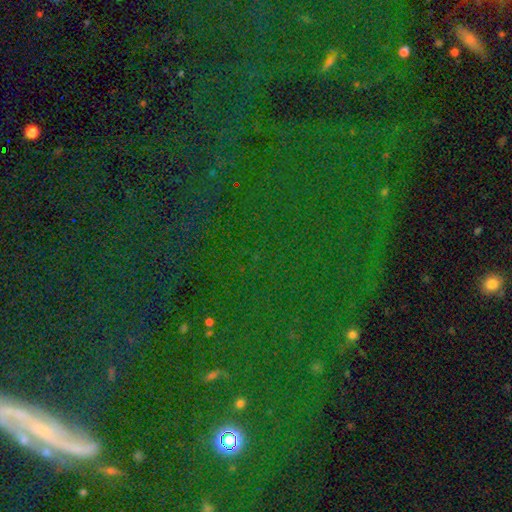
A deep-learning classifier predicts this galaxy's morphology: A star or artifact, not a galaxy (76%).

Vote fractions:
- Smooth or featured? star or artifact: 76% / smooth: 13% / featured or disk: 11%